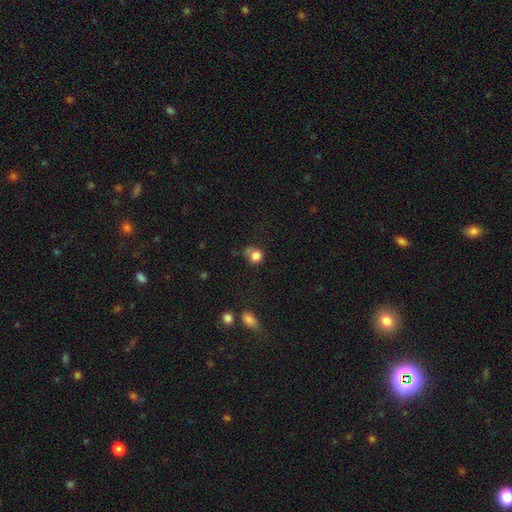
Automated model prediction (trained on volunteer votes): Q: Smooth or featured?
A: smooth (82%); runner-up: star or artifact (11%)
Q: How rounded?
A: round (79%); runner-up: in between (20%)
Q: Merging?
A: none (47%); runner-up: minor disturbance (31%)